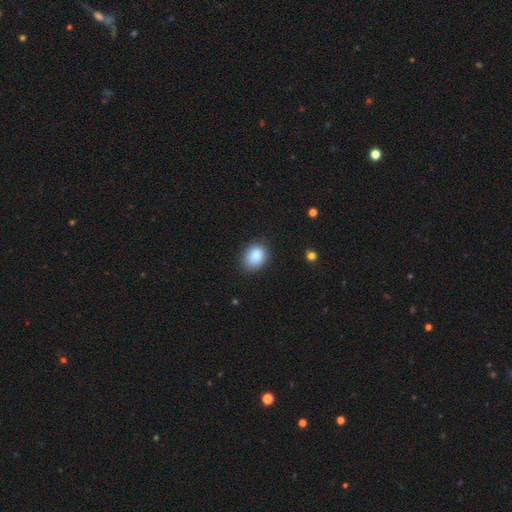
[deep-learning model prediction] Smooth or featured? smooth (87%)
How rounded? in between (67%)
Merging? none (82%)